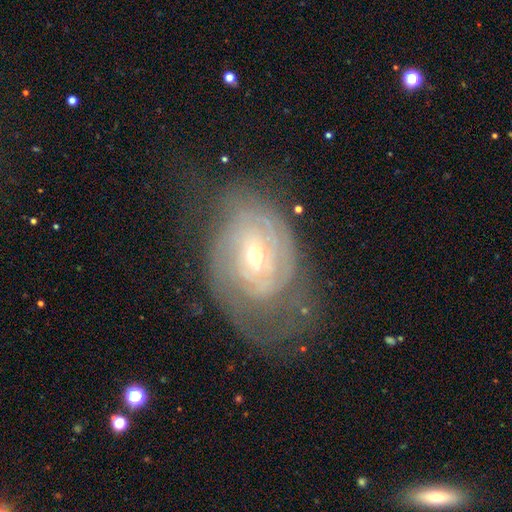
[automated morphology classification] Smooth or featured: featured or disk — 81% (smooth — 12%)
Edge-on disk: no — 95% (yes — 5%)
Bar: no — 56% (weak — 34%)
Spiral arms: yes — 89% (no — 11%)
Spiral winding: tight — 71% (medium — 22%)
Spiral arm count: can't tell — 46% (2 — 28%)
Bulge size: small — 60% (moderate — 36%)
Merging: none — 54% (minor disturbance — 24%)